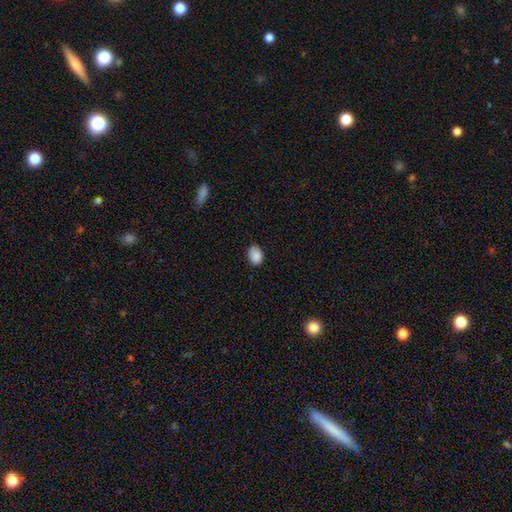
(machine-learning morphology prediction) type=smooth (88%); roundness=in between (75%); merging=none (80%).